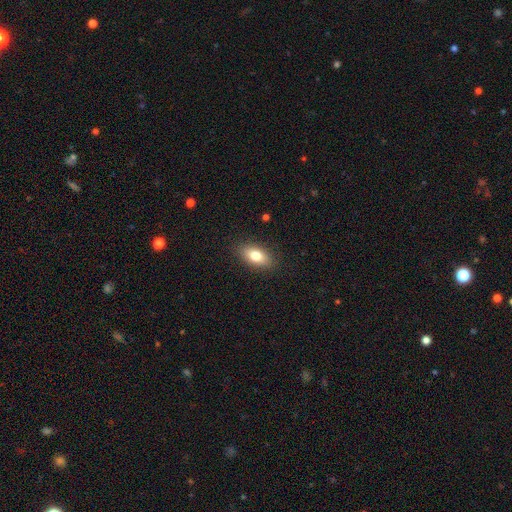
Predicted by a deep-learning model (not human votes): A smooth galaxy with no disk features (77%) that is in between round and cigar-shaped (87%).

Vote fractions:
- Smooth or featured? smooth: 77% / featured or disk: 15% / star or artifact: 8%
- How rounded? in between: 87% / round: 7% / cigar-shaped: 6%
- Merging? none: 88% / minor disturbance: 9% / major disturbance: 2% / merger: 1%